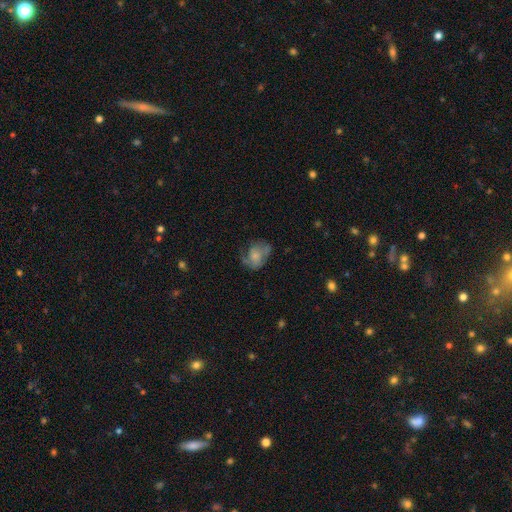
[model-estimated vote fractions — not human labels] smooth_or_featured: featured or disk (p=0.50) [alt: smooth p=0.41]
merging: none (p=0.45) [alt: major disturbance p=0.26]